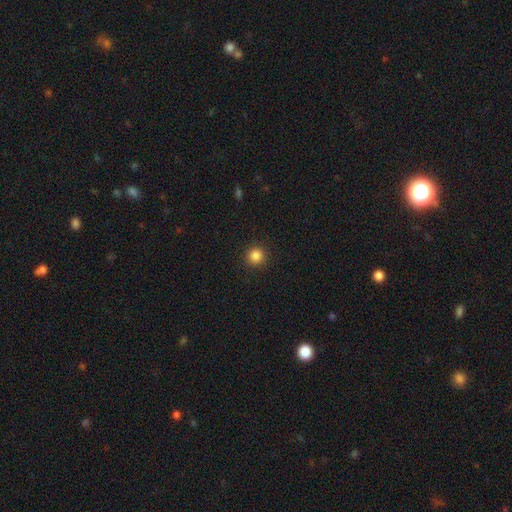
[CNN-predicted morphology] type=smooth (85%); roundness=round (94%); merging=none (92%).